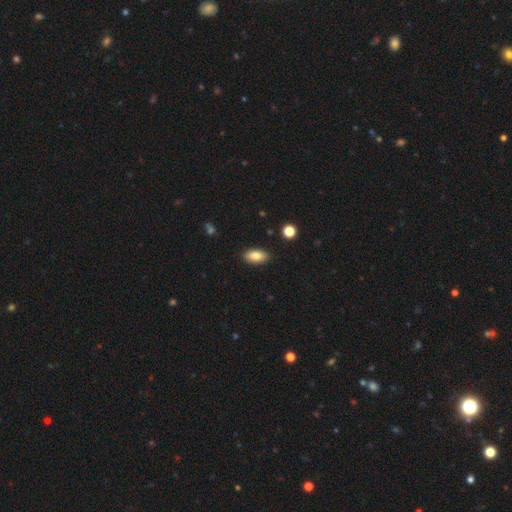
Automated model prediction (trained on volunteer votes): Smooth or featured: smooth — 83% (featured or disk — 10%)
How rounded: in between — 90% (cigar-shaped — 6%)
Merging: none — 89% (minor disturbance — 8%)